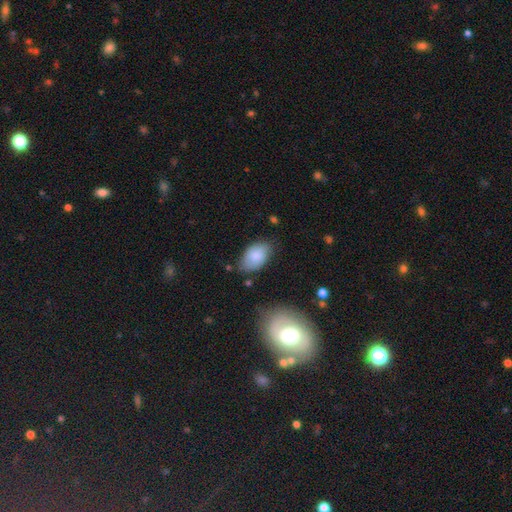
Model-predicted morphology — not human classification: A smooth galaxy with no disk features (82%) that is in between round and cigar-shaped (93%).

Vote fractions:
- Smooth or featured? smooth: 82% / featured or disk: 11% / star or artifact: 7%
- How rounded? in between: 93% / round: 5% / cigar-shaped: 1%
- Merging? none: 72% / minor disturbance: 20% / major disturbance: 4% / merger: 3%